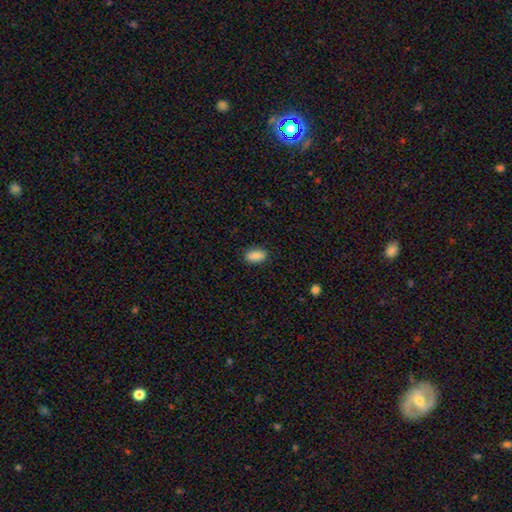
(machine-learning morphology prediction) This appears to be a smooth galaxy with no disk features (84%) that is in between round and cigar-shaped (89%). Merging: none (88%).